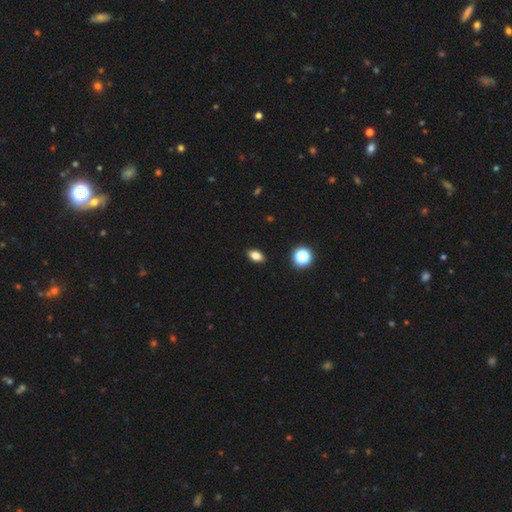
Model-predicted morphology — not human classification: Smooth or featured? smooth (81%)
How rounded? in between (86%)
Merging? none (90%)